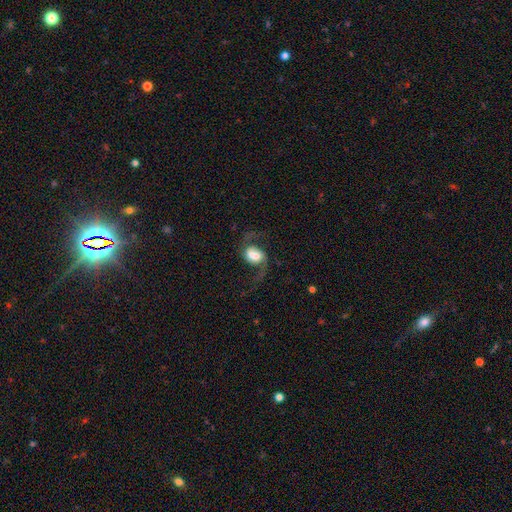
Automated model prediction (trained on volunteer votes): This appears to be a featured or disk galaxy (76%) with a weak bar (42%), 2 (92%) loose (76%) spiral arms (95%) and a large central bulge (37%). Merging: none (63%).